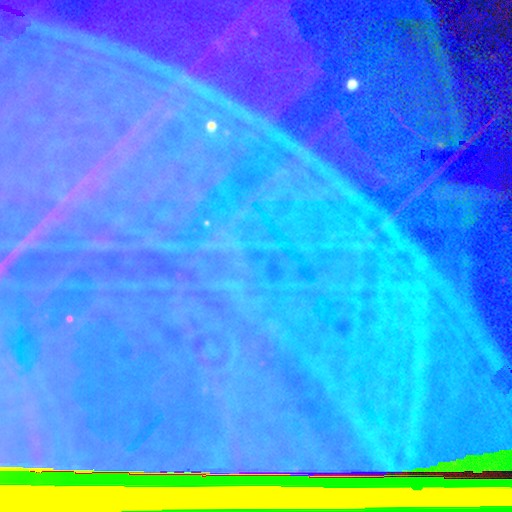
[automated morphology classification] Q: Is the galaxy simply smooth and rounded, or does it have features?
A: star or artifact — 86%.